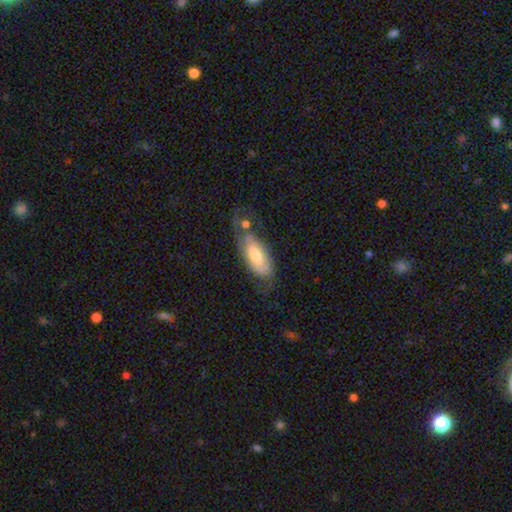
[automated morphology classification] A smooth galaxy with no disk features (57%) that is in between round and cigar-shaped (83%).

Vote fractions:
- Smooth or featured? smooth: 57% / featured or disk: 37% / star or artifact: 6%
- How rounded? in between: 83% / cigar-shaped: 15% / round: 3%
- Merging? none: 41% / minor disturbance: 28% / major disturbance: 20% / merger: 11%